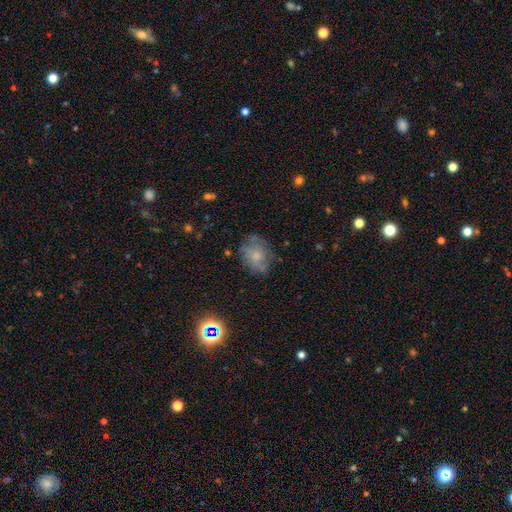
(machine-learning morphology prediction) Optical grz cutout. It shows a smooth galaxy with no disk features (55%) that is in between round and cigar-shaped (60%). Merging: none (64%).